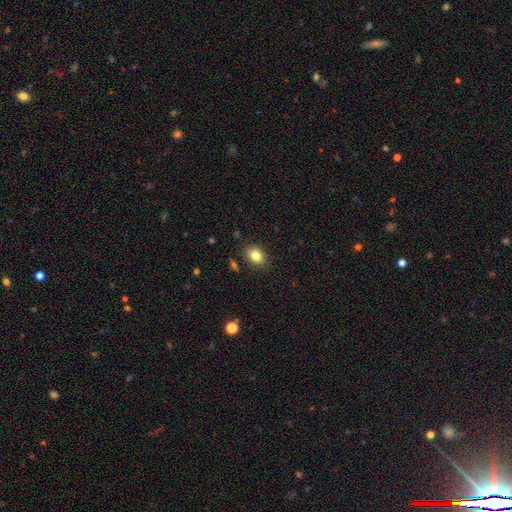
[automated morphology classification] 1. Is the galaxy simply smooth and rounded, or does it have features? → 83% smooth, 9% star or artifact, 7% featured or disk.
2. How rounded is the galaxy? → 67% in between, 32% round, 1% cigar-shaped.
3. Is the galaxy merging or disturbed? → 85% none, 10% minor disturbance, 3% major disturbance, 2% merger.